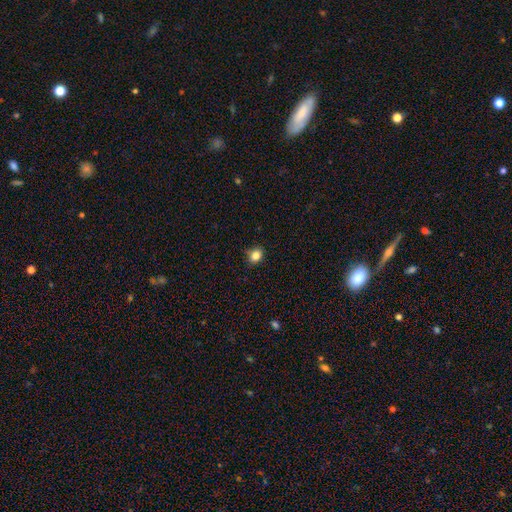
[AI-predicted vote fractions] smooth-or-featured: smooth: 83% | star or artifact: 11% | featured or disk: 5%
  how-rounded: round: 58% | in between: 41% | cigar-shaped: 1%
  merging: none: 82% | minor disturbance: 14% | major disturbance: 2% | merger: 1%